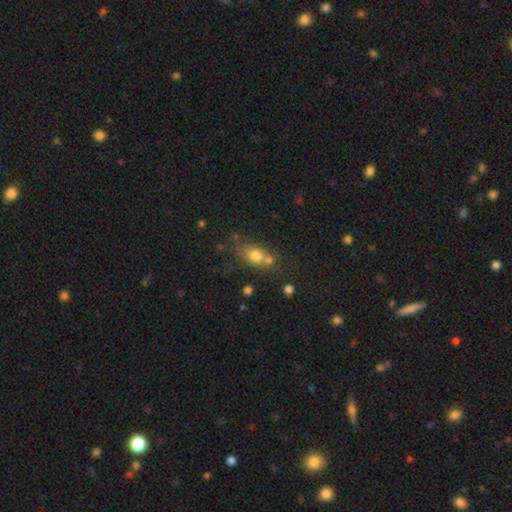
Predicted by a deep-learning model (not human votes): Smooth or featured? Predicted: smooth (p=0.75). How rounded? Predicted: in between (p=0.56). Merging? Predicted: none (p=0.49).